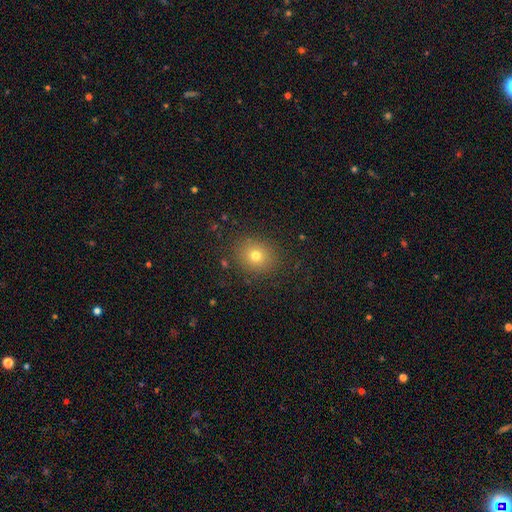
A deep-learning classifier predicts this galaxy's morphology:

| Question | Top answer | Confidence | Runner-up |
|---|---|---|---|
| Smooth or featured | smooth | 74% | star or artifact (16%) |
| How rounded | round | 79% | in between (20%) |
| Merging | none | 88% | minor disturbance (7%) |